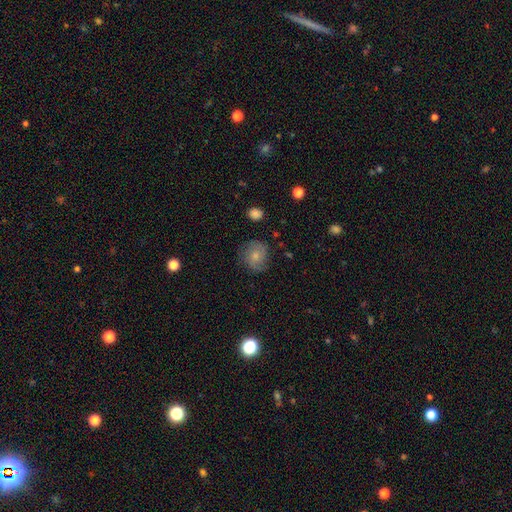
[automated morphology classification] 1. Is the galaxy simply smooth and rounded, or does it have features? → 57% smooth, 34% featured or disk, 9% star or artifact.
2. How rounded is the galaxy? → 78% round, 21% in between, 1% cigar-shaped.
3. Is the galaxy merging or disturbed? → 74% none, 19% minor disturbance, 6% major disturbance, 1% merger.